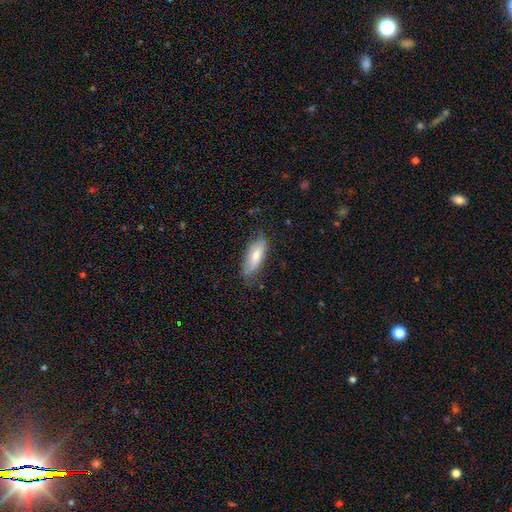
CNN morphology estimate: Q: Smooth or featured?
A: smooth (74%); runner-up: featured or disk (20%)
Q: How rounded?
A: in between (66%); runner-up: cigar-shaped (32%)
Q: Merging?
A: none (72%); runner-up: minor disturbance (22%)